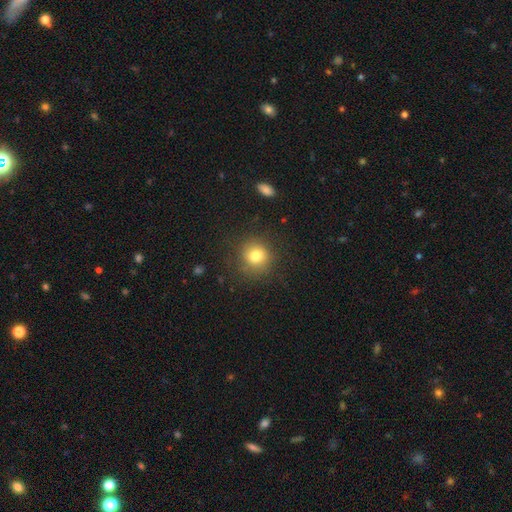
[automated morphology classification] smooth 78%, star or artifact 12%, featured or disk 10%. Down the decision tree: how rounded — round (87%); merging — none (82%).